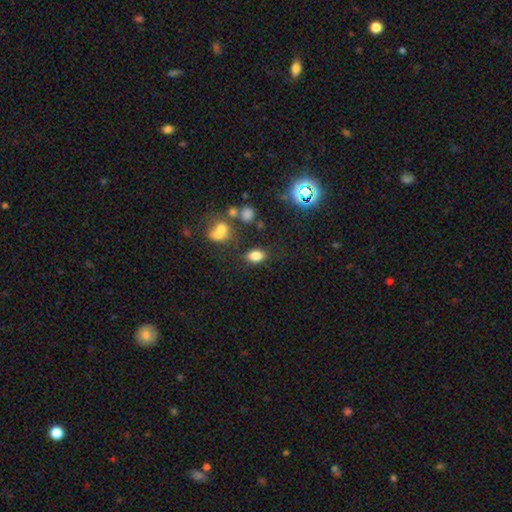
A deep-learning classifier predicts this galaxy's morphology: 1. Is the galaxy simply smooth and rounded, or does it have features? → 78% smooth, 13% star or artifact, 9% featured or disk.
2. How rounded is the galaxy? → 84% in between, 14% round, 2% cigar-shaped.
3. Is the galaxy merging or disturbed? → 78% none, 12% minor disturbance, 6% merger, 4% major disturbance.